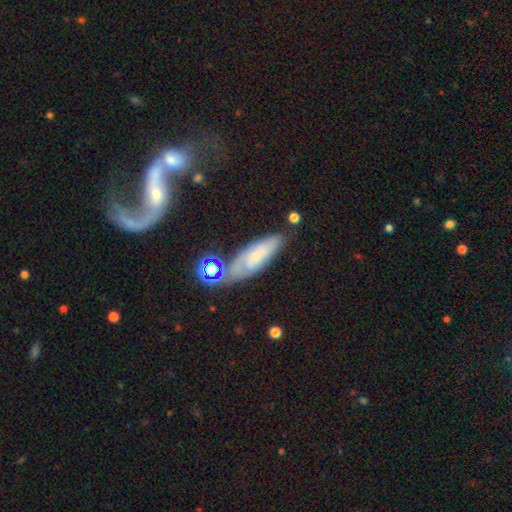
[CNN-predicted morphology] type=featured or disk (46%); merging=none (62%).